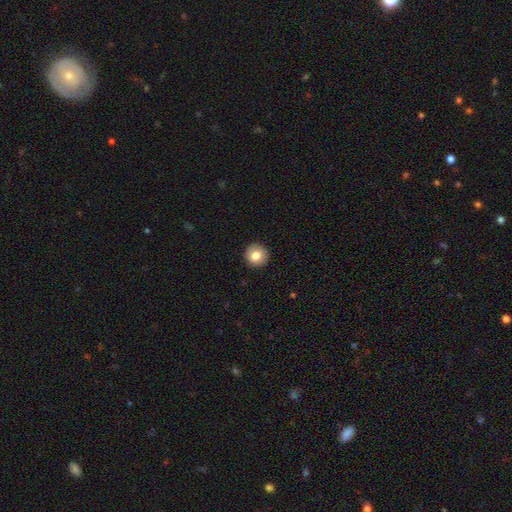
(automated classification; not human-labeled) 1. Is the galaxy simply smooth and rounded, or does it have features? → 81% smooth, 11% featured or disk, 9% star or artifact.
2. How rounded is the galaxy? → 95% round, 4% in between, 1% cigar-shaped.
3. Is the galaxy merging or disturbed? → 92% none, 5% minor disturbance, 2% major disturbance, 1% merger.